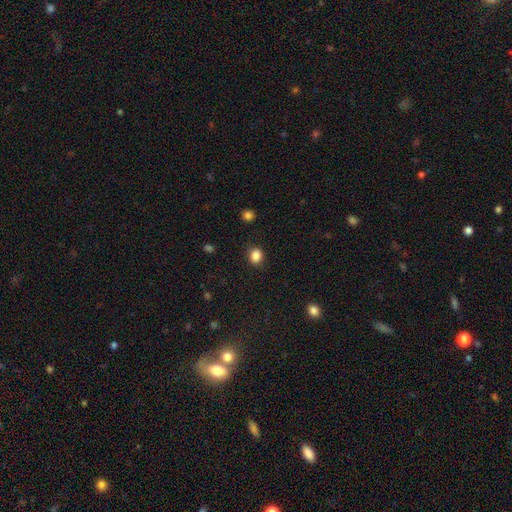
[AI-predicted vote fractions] Morphology: type=smooth (86%); roundness=round (64%); merging=none (87%).